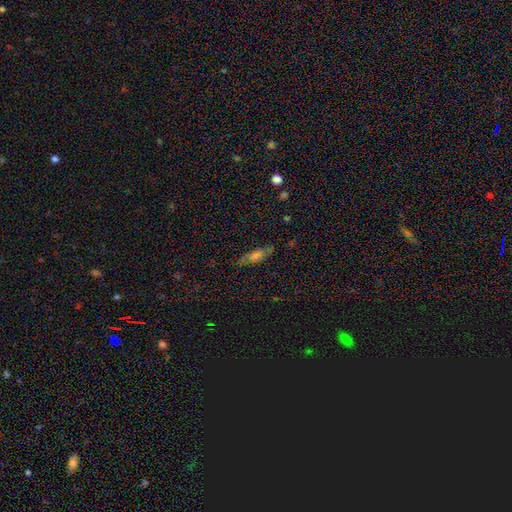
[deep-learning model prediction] Smooth or featured: smooth — 43% (featured or disk — 37%)
Merging: none — 73% (minor disturbance — 18%)